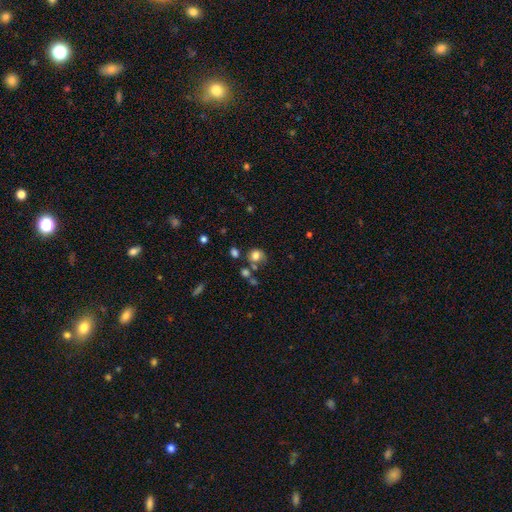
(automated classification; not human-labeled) smooth-or-featured: smooth: 77% | star or artifact: 13% | featured or disk: 11%
  how-rounded: round: 76% | in between: 23% | cigar-shaped: 1%
  merging: none: 59% | minor disturbance: 18% | merger: 15% | major disturbance: 8%